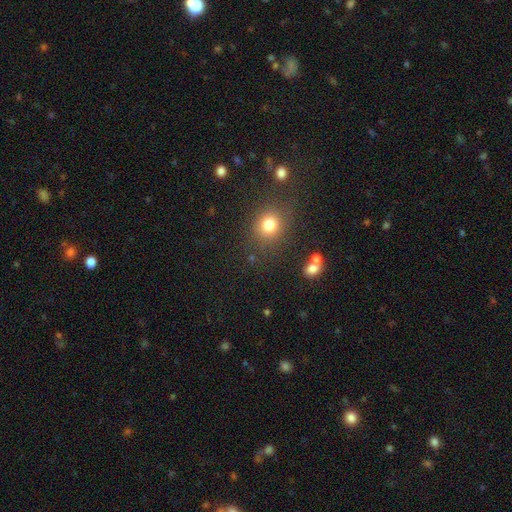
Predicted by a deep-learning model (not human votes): This appears to be a smooth galaxy with no disk features (66%) that is round (78%). Merging: none (84%).